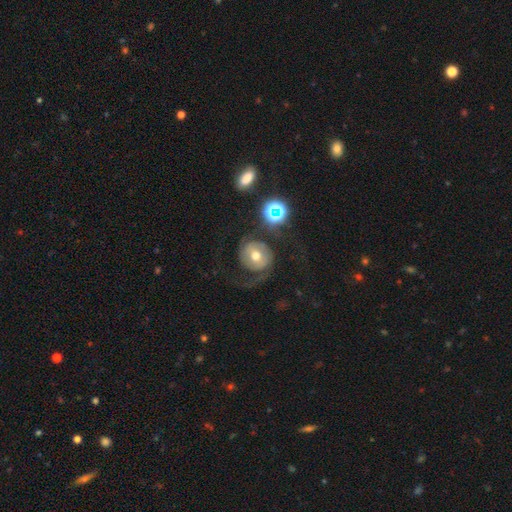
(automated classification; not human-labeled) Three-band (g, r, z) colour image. It shows a featured or disk galaxy (57%) with no bar (65%), spiral arms (77%) and a moderate central bulge (72%). Merging: none (49%).